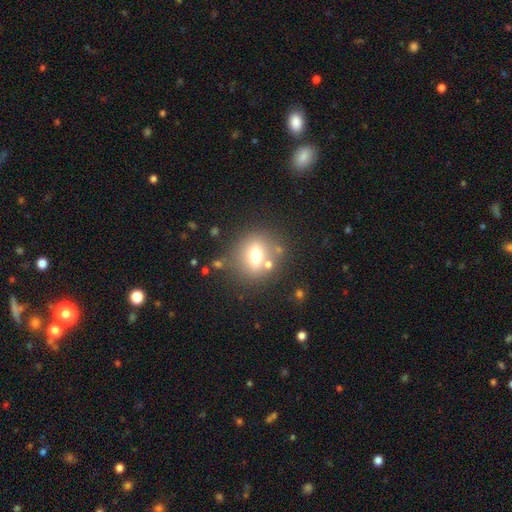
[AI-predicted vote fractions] Smooth or featured: smooth — 62% (featured or disk — 24%)
How rounded: round — 60% (in between — 37%)
Merging: none — 72% (minor disturbance — 12%)